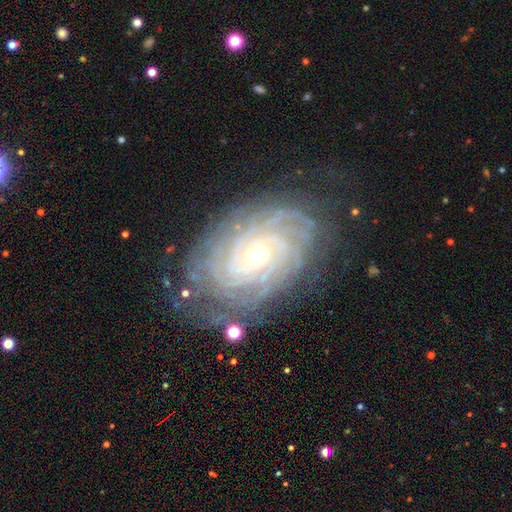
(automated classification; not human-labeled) Smooth or featured?
  - featured or disk: 90% *
  - star or artifact: 5%
  - smooth: 5%
Edge-on disk?
  - no: 97% *
  - yes: 3%
Bar?
  - no: 71% *
  - weak: 21%
  - strong: 8%
Spiral arms?
  - yes: 98% *
  - no: 2%
Spiral winding?
  - tight: 85% *
  - medium: 13%
  - loose: 2%
Spiral arm count?
  - more than 4: 27% *
  - 4: 23%
  - can't tell: 23%
  - 3: 11%
  - 2: 9%
  - 1: 7%
Bulge size?
  - small: 66% *
  - moderate: 31%
  - large: 1%
  - none: 1%
  - dominant: 1%
Merging?
  - none: 77% *
  - minor disturbance: 16%
  - major disturbance: 6%
  - merger: 2%